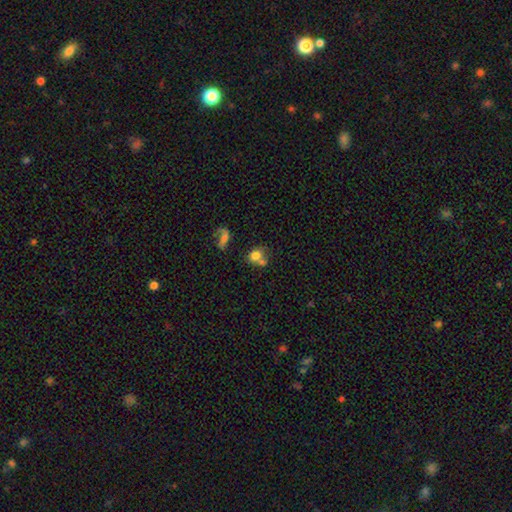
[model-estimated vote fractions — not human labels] smooth-or-featured: smooth: 74% | featured or disk: 15% | star or artifact: 11%
  how-rounded: round: 63% | in between: 36% | cigar-shaped: 1%
  merging: merger: 43% | none: 37% | minor disturbance: 12% | major disturbance: 7%